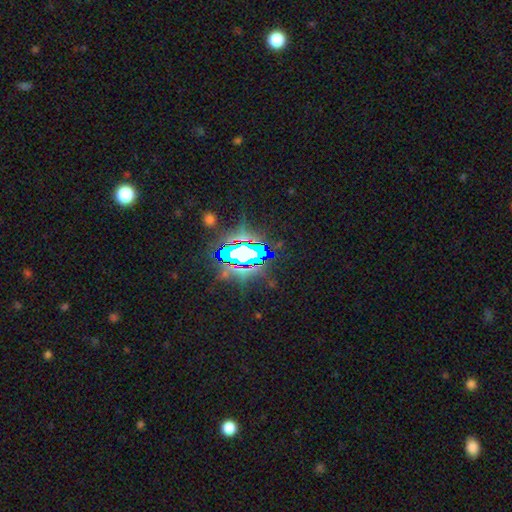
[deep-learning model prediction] star or artifact 80%, smooth 11%, featured or disk 9%.